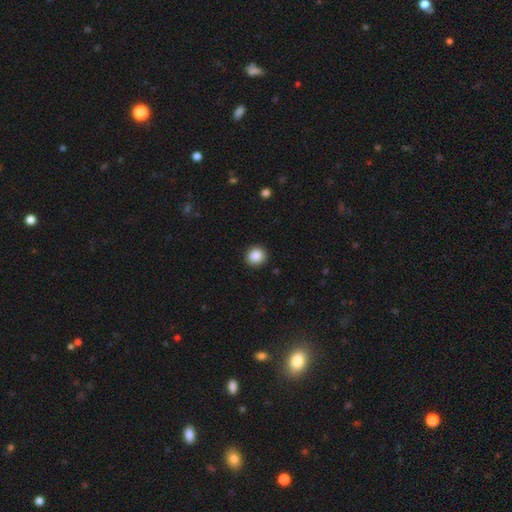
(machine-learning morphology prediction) Smooth or featured? Predicted: smooth (p=0.87). How rounded? Predicted: round (p=0.88). Merging? Predicted: none (p=0.91).